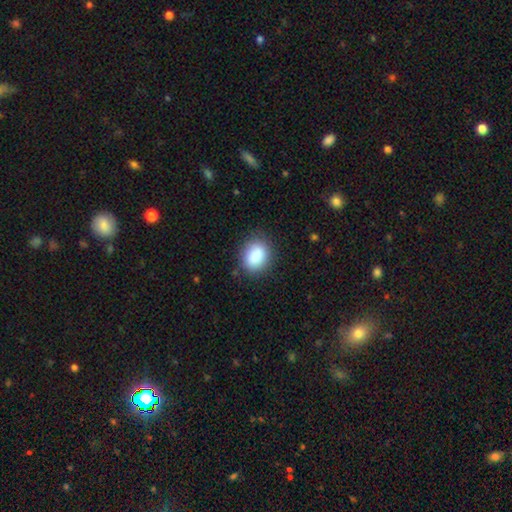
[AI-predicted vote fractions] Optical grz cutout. It shows a smooth galaxy with no disk features (88%) that is in between round and cigar-shaped (61%). Merging: none (82%).